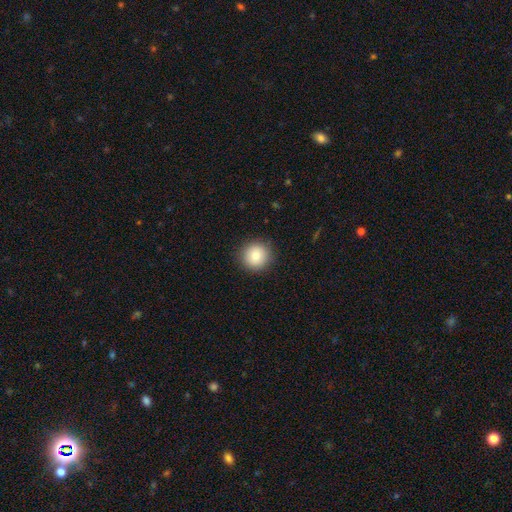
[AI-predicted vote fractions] A smooth galaxy with no disk features (84%) that is round (92%). Merging: none (90%).